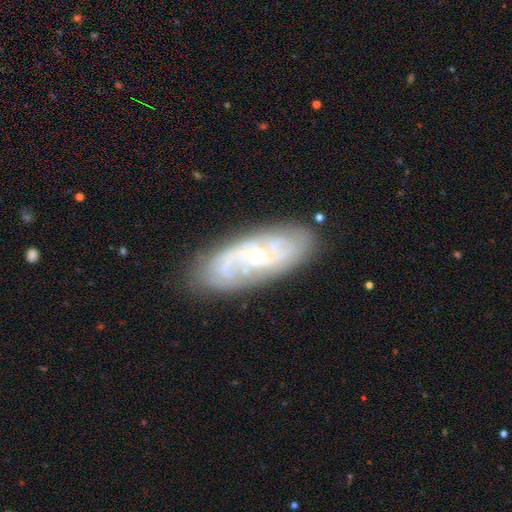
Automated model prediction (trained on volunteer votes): Smooth or featured?
  - featured or disk: 80% *
  - smooth: 14%
  - star or artifact: 7%
Edge-on disk?
  - no: 91% *
  - yes: 9%
Bar?
  - no: 64% *
  - weak: 29%
  - strong: 6%
Spiral arms?
  - yes: 93% *
  - no: 7%
Spiral winding?
  - tight: 50% *
  - medium: 38%
  - loose: 13%
Spiral arm count?
  - 2: 38% *
  - can't tell: 32%
  - 3: 15%
  - 4: 7%
  - 1: 4%
  - more than 4: 4%
Bulge size?
  - small: 73% *
  - moderate: 24%
  - none: 2%
  - large: 1%
  - dominant: 1%
Merging?
  - none: 81% *
  - minor disturbance: 14%
  - major disturbance: 3%
  - merger: 2%